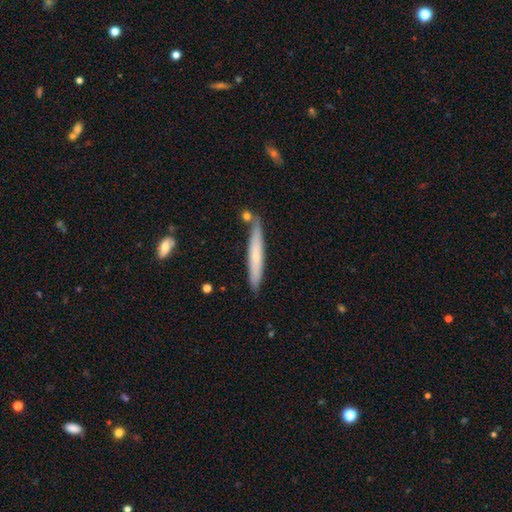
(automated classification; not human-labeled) Smooth or featured?
  - smooth: 56% *
  - featured or disk: 38%
  - star or artifact: 6%
How rounded?
  - cigar-shaped: 95% *
  - in between: 4%
  - round: 1%
Merging?
  - none: 81% *
  - minor disturbance: 12%
  - merger: 5%
  - major disturbance: 2%